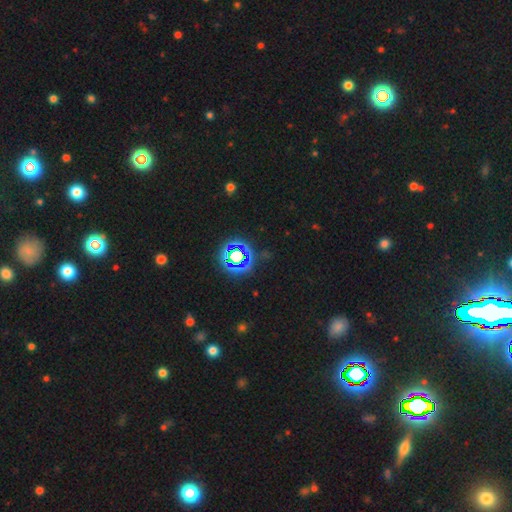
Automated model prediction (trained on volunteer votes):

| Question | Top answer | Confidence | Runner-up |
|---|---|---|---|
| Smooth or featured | star or artifact | 76% | smooth (17%) |